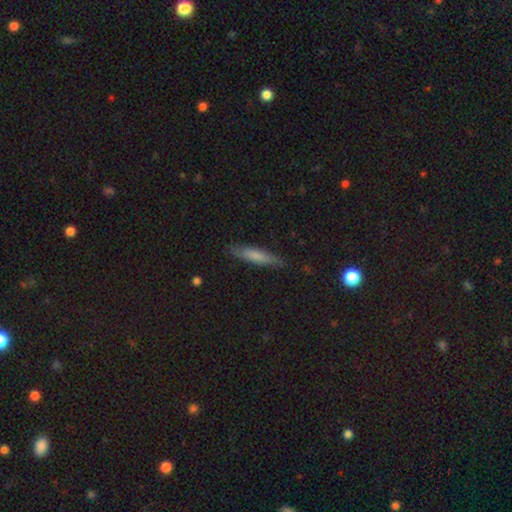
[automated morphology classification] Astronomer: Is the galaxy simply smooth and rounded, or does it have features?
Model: smooth — 67%.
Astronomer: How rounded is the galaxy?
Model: cigar-shaped — 87%.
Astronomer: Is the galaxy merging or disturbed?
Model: none — 84%.